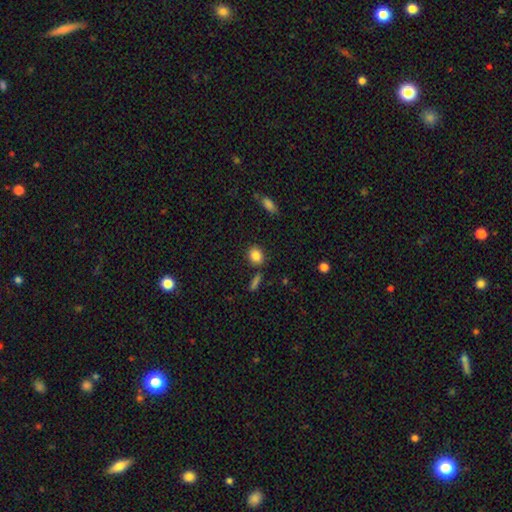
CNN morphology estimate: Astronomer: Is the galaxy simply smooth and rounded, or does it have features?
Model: smooth — 86%.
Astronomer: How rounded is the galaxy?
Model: round — 52% (runner-up: in between, 46%).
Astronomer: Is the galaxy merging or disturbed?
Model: none — 81%.